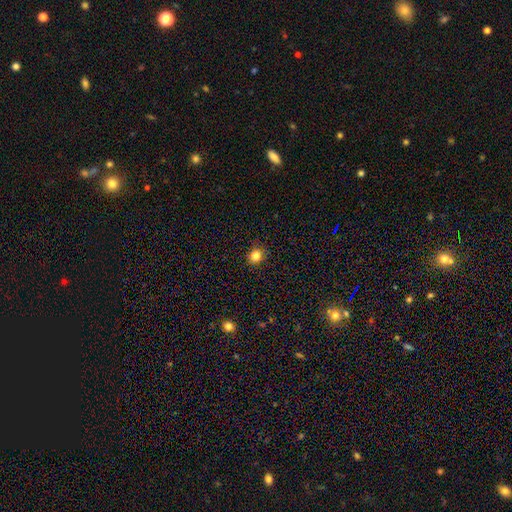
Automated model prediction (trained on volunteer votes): Smooth or featured: smooth — 82% (star or artifact — 13%)
How rounded: round — 76% (in between — 23%)
Merging: none — 88% (minor disturbance — 8%)